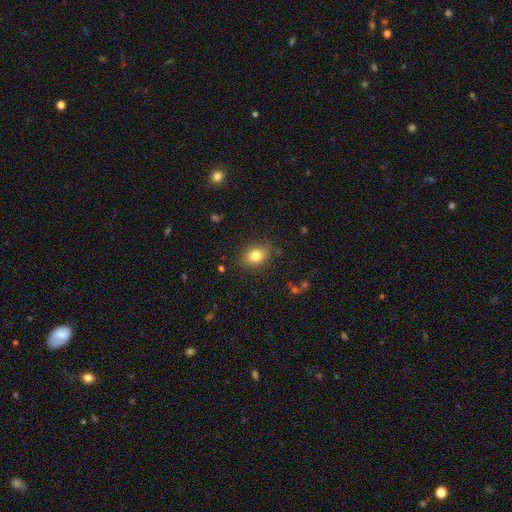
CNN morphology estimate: Smooth or featured: smooth — 82% (star or artifact — 10%)
How rounded: in between — 68% (round — 31%)
Merging: none — 85% (minor disturbance — 11%)